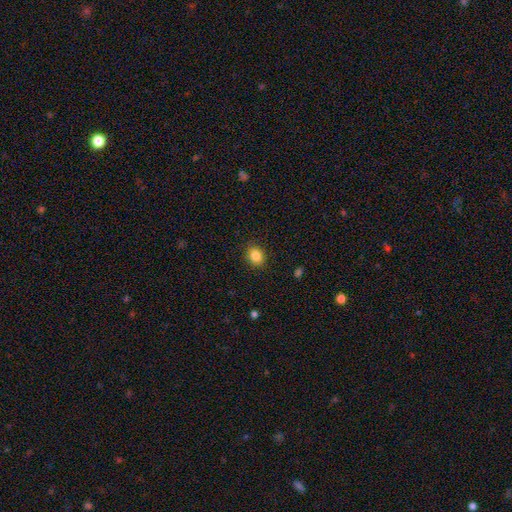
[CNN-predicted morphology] This is clearly a smooth galaxy (85%). How rounded: likely round (63%). Merging: clearly none (88%).